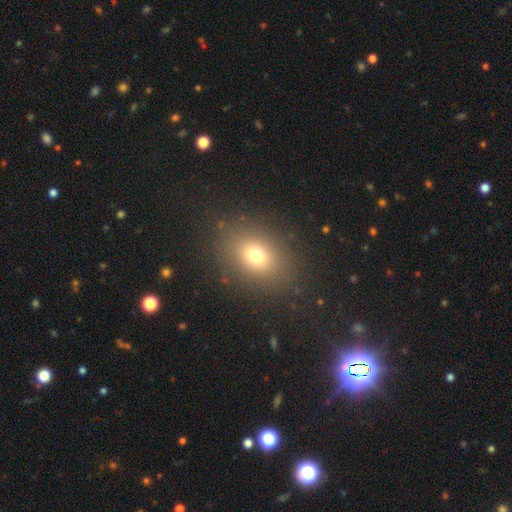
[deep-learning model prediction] smooth-or-featured: smooth: 73% | star or artifact: 16% | featured or disk: 12%
  how-rounded: in between: 60% | round: 38% | cigar-shaped: 1%
  merging: none: 85% | minor disturbance: 9% | major disturbance: 5% | merger: 1%